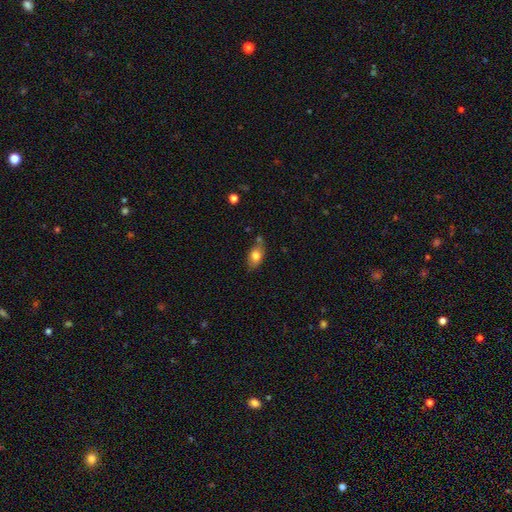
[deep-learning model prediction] smooth-or-featured: smooth: 77% | featured or disk: 15% | star or artifact: 8%
  how-rounded: in between: 87% | round: 10% | cigar-shaped: 3%
  merging: none: 66% | minor disturbance: 20% | merger: 9% | major disturbance: 4%